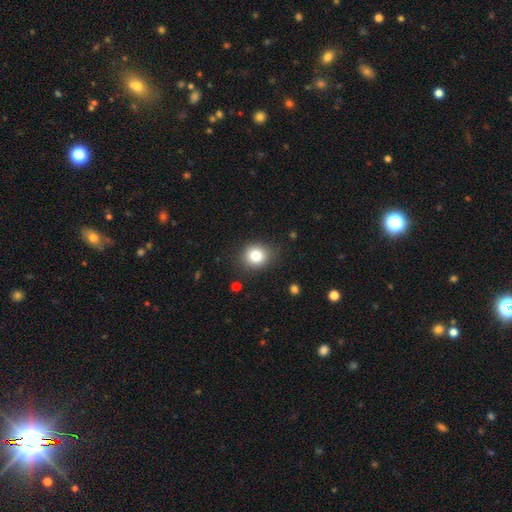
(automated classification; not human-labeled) The model was most divided on "how rounded": round: 80%, in between: 20%, cigar-shaped: 1%. More confident: merging — none (85%); smooth or featured — smooth (81%).